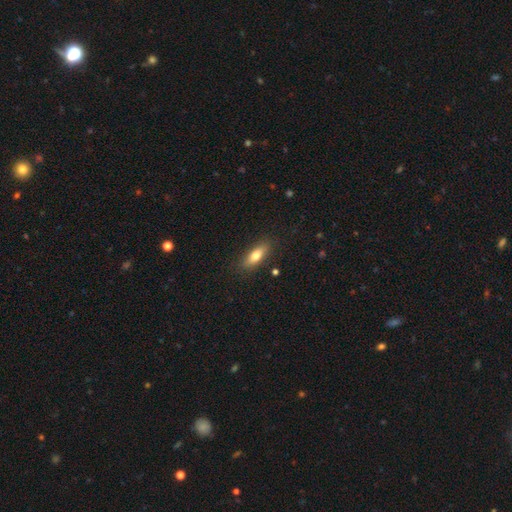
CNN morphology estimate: Overall: smooth (73%). How rounded: in between (63%; cigar-shaped 34%). Merging: none (85%).